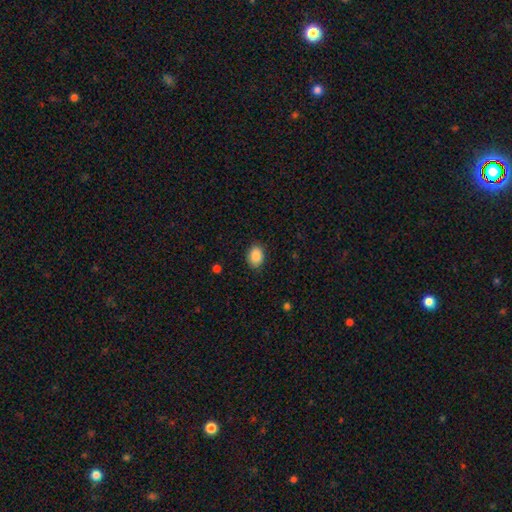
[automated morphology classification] This is clearly a smooth galaxy (88%). How rounded: likely in between (74%). Merging: clearly none (87%).